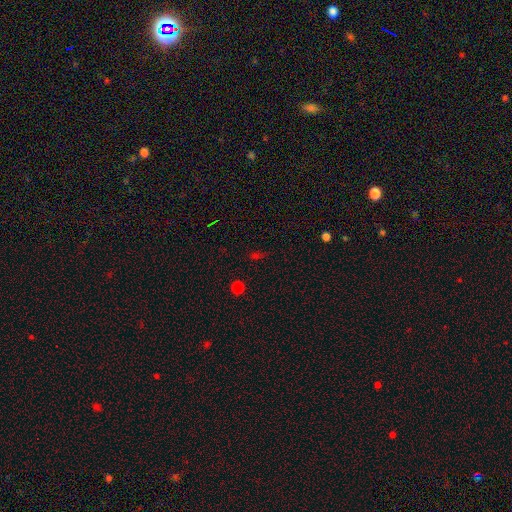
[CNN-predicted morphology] type=star or artifact (50%).